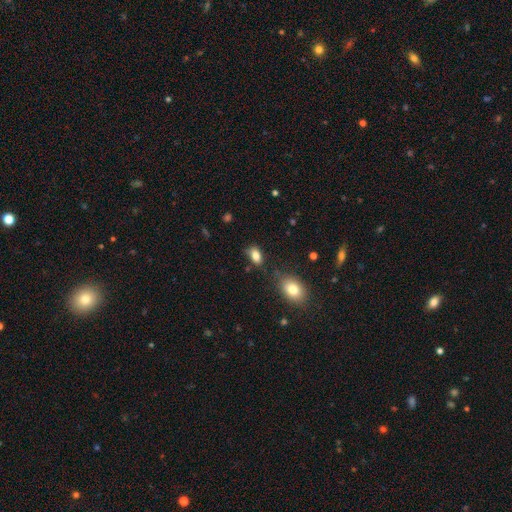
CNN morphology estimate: This appears to be a smooth galaxy with no disk features (84%) that is in between round and cigar-shaped (87%). Merging: none (65%).